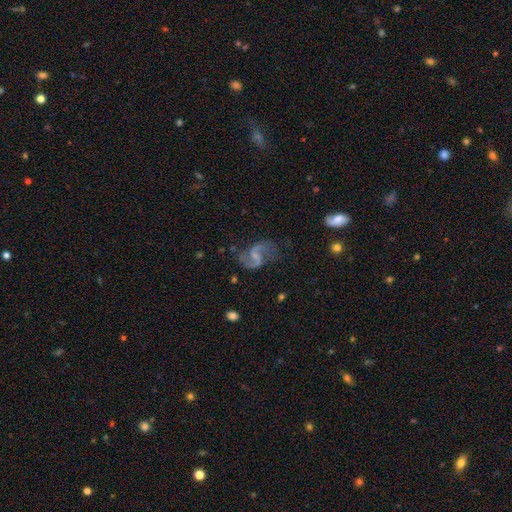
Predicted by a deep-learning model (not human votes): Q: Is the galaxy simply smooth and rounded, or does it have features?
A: featured or disk — 87%.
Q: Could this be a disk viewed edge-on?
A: no — 98%.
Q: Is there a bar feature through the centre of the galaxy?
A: weak — 53%.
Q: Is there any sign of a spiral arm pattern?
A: yes — 95%.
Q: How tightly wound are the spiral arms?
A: loose — 64%.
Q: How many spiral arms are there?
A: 2 — 93%.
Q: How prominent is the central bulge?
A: small — 42%.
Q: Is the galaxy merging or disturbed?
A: none — 69%.